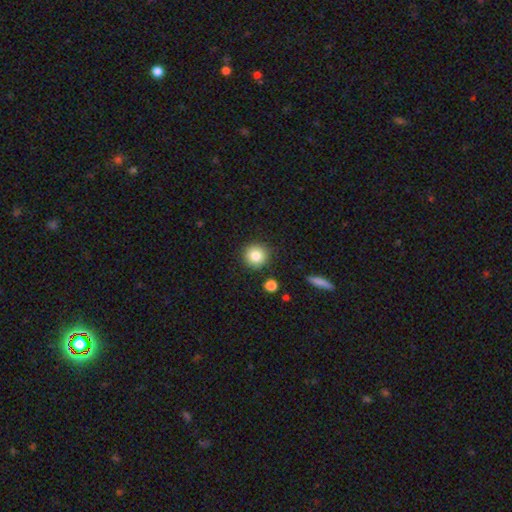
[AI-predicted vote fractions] Smooth or featured? Predicted: smooth (p=0.83). How rounded? Predicted: round (p=0.93). Merging? Predicted: none (p=0.88).